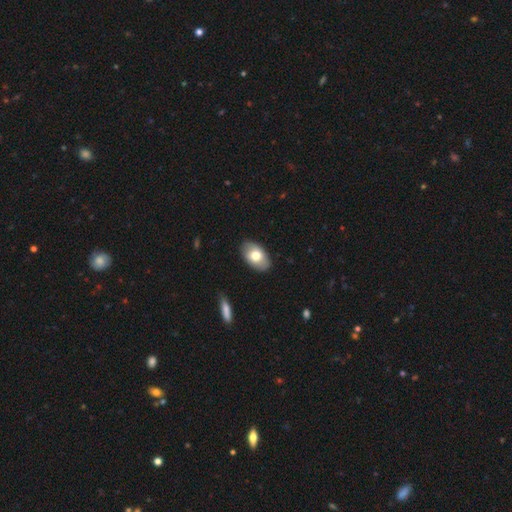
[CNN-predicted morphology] smooth-or-featured: smooth: 72% | featured or disk: 22% | star or artifact: 6%
  how-rounded: in between: 91% | round: 7% | cigar-shaped: 1%
  merging: none: 87% | minor disturbance: 10% | major disturbance: 2% | merger: 1%